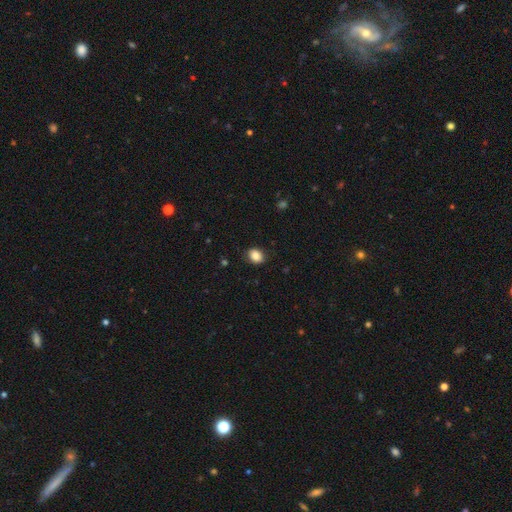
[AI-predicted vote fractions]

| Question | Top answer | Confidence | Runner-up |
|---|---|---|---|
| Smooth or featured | smooth | 85% | star or artifact (9%) |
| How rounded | in between | 56% | round (43%) |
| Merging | none | 87% | minor disturbance (10%) |